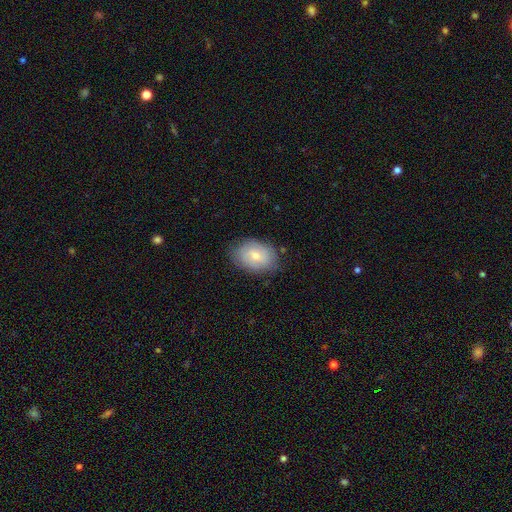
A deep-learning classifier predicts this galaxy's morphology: Smooth or featured? Predicted: smooth (p=0.69). How rounded? Predicted: in between (p=0.79). Merging? Predicted: none (p=0.78).